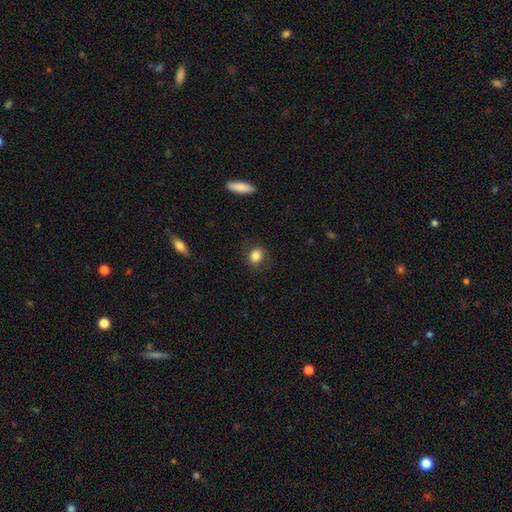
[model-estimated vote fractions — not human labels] Q: Smooth or featured?
A: smooth (84%); runner-up: star or artifact (9%)
Q: How rounded?
A: round (60%); runner-up: in between (39%)
Q: Merging?
A: none (78%); runner-up: minor disturbance (16%)